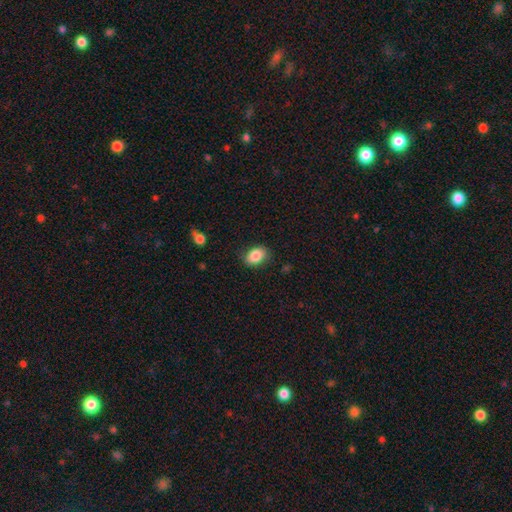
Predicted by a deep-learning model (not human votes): Smooth or featured? Predicted: smooth (p=0.85). How rounded? Predicted: in between (p=0.78). Merging? Predicted: none (p=0.81).